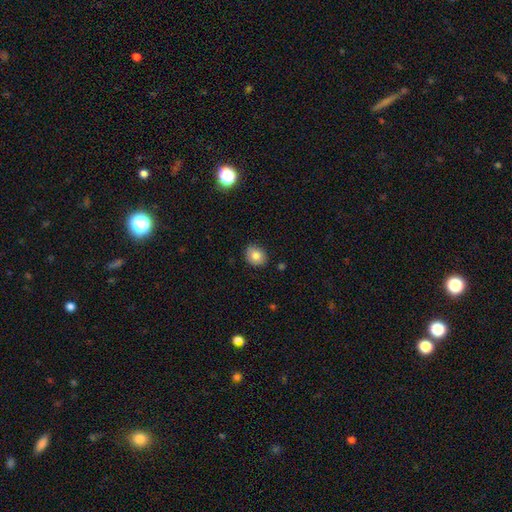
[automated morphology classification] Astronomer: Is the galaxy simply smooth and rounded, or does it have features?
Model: smooth — 81%.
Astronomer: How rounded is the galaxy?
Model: round — 53% (runner-up: in between, 46%).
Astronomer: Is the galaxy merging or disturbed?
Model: none — 85%.